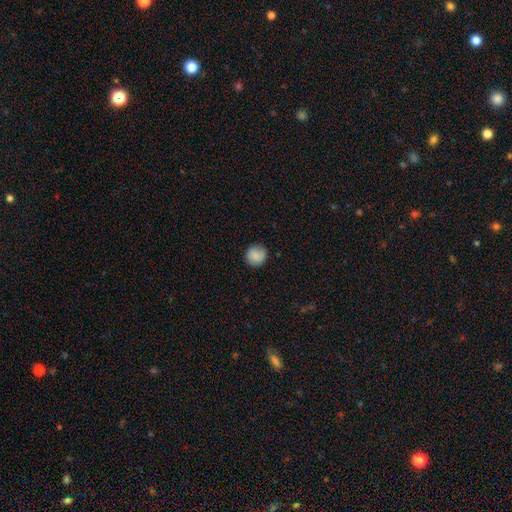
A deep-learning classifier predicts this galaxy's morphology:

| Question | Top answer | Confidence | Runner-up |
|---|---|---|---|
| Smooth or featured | smooth | 84% | featured or disk (8%) |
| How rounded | round | 93% | in between (6%) |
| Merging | none | 88% | minor disturbance (9%) |